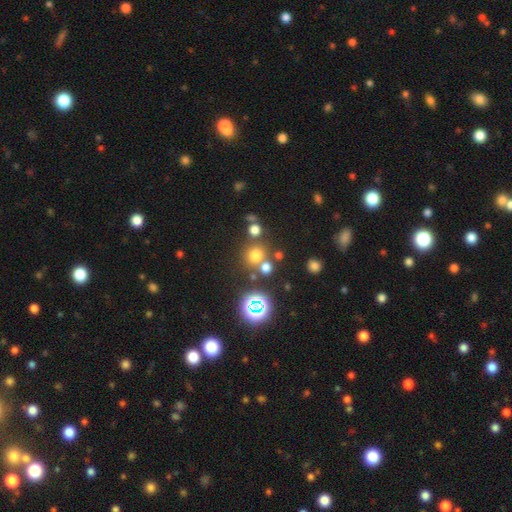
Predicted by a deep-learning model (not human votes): Morphology: type=smooth (65%); roundness=round (90%); merging=none (70%).